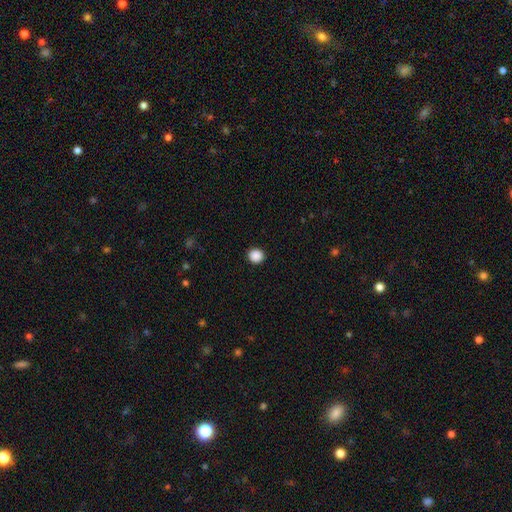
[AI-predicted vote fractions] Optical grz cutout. It shows a smooth galaxy with no disk features (89%) that is round (90%). Merging: none (93%).